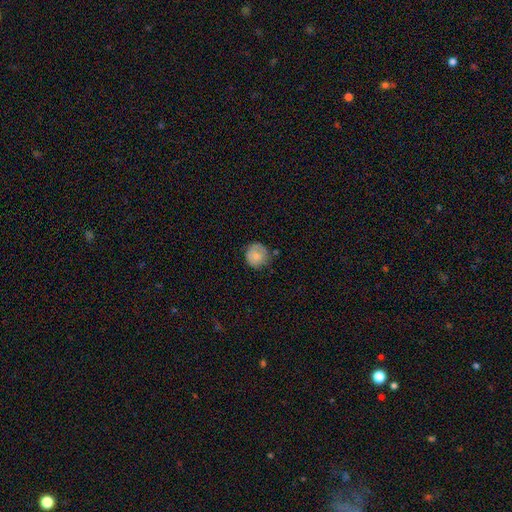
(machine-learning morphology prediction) A smooth galaxy with no disk features (74%) that is round (90%).

Vote fractions:
- Smooth or featured? smooth: 74% / featured or disk: 18% / star or artifact: 8%
- How rounded? round: 90% / in between: 9% / cigar-shaped: 1%
- Merging? none: 67% / minor disturbance: 24% / major disturbance: 6% / merger: 3%